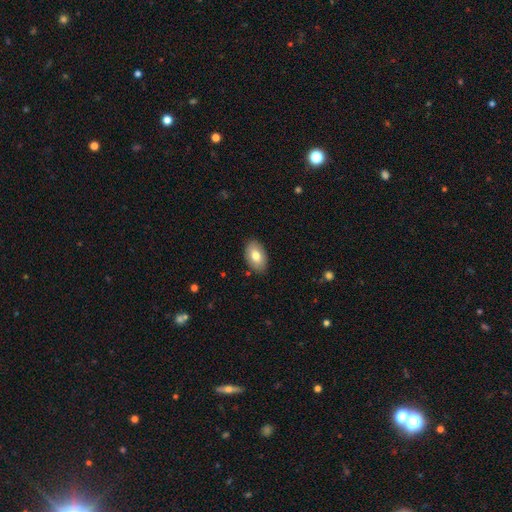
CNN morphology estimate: Q: Smooth or featured?
A: smooth (77%); runner-up: featured or disk (16%)
Q: How rounded?
A: in between (93%); runner-up: round (6%)
Q: Merging?
A: none (87%); runner-up: minor disturbance (10%)